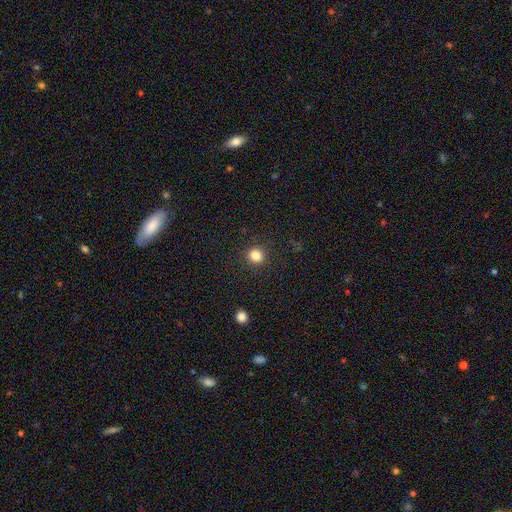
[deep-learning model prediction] A smooth galaxy with no disk features (84%) that is round (86%). Merging: none (90%).